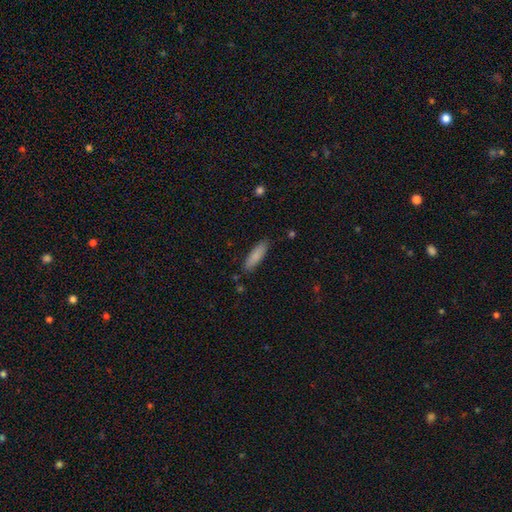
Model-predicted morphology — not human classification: This is clearly a smooth galaxy (85%). How rounded: likely cigar-shaped (62%). Merging: clearly none (85%).